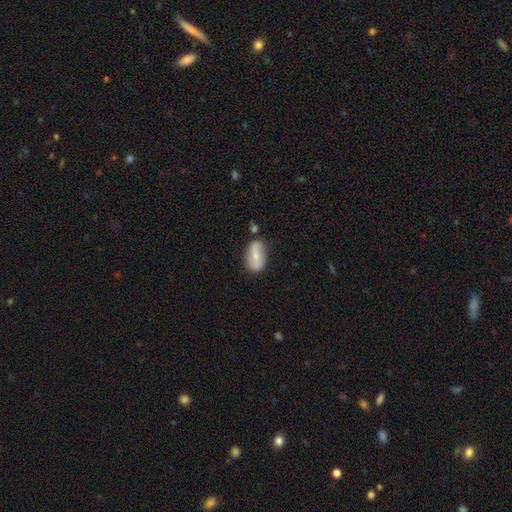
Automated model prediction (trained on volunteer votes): Smooth or featured?
  - smooth: 53% *
  - featured or disk: 40%
  - star or artifact: 7%
How rounded?
  - in between: 87% *
  - round: 7%
  - cigar-shaped: 6%
Merging?
  - none: 69% *
  - minor disturbance: 20%
  - merger: 6%
  - major disturbance: 5%